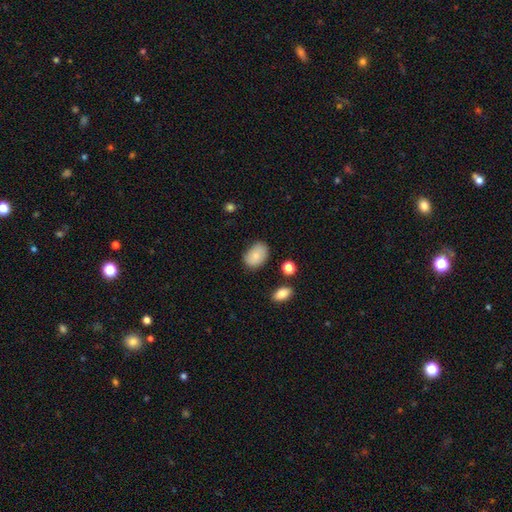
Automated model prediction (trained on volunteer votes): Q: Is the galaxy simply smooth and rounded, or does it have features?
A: smooth — 82%.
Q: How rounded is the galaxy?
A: in between — 84%.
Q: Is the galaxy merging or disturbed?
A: none — 75%.